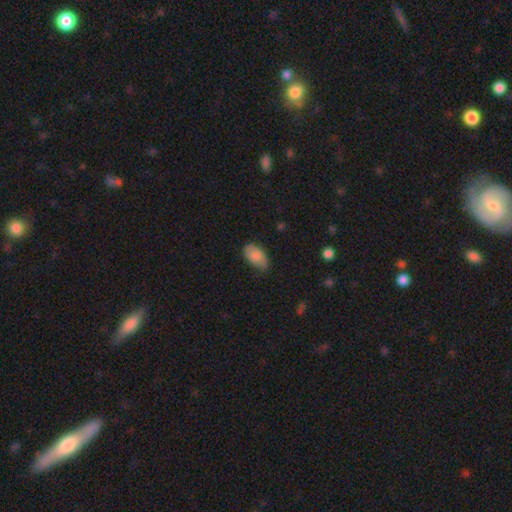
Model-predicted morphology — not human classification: The model was most divided on "merging": none: 68%, minor disturbance: 26%, major disturbance: 5%, merger: 1%. More confident: how rounded — in between (94%); smooth or featured — smooth (83%).